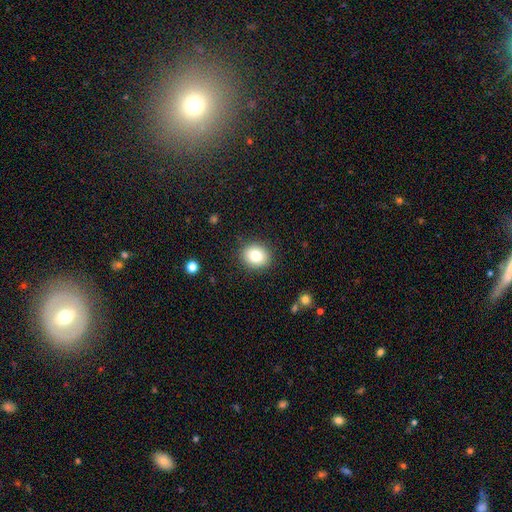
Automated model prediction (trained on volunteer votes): Morphology: type=smooth (80%); roundness=round (76%); merging=none (89%).